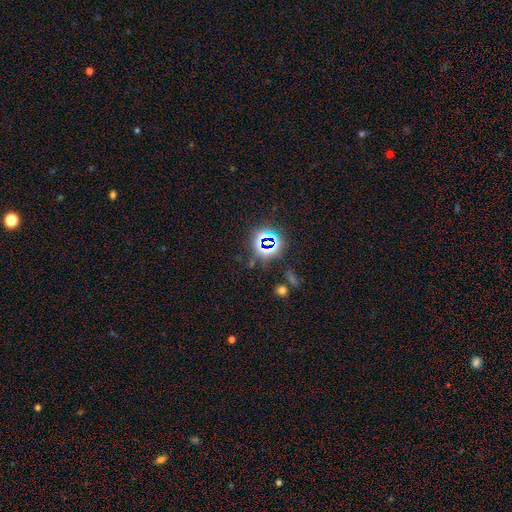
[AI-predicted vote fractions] smooth_or_featured: star or artifact (p=0.78) [alt: smooth p=0.13]